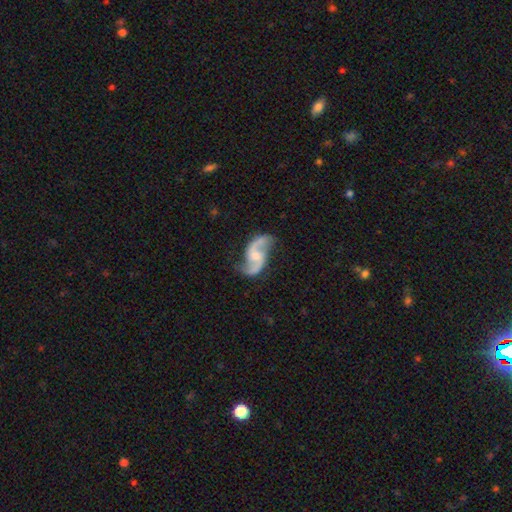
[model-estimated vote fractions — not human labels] The model was most divided on "bar": no: 50%, weak: 40%, strong: 10%. Remaining: edge-on disk — no (97%); spiral arms — yes (97%); spiral arm count — 2 (94%); smooth or featured — featured or disk (90%); merging — none (75%); spiral winding — loose (67%); bulge size — moderate (50%).